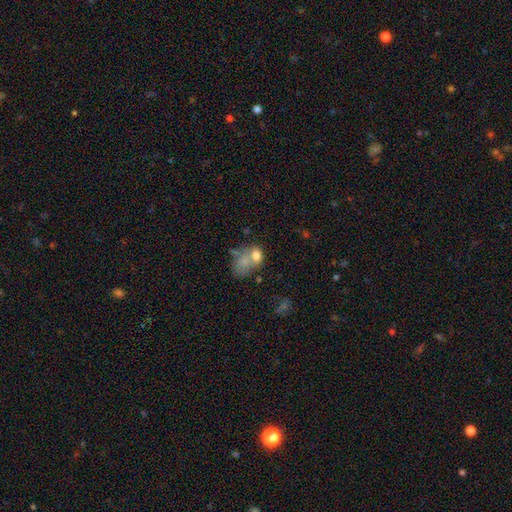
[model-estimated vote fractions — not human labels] Smooth or featured: smooth — 45% (star or artifact — 29%)
Merging: none — 42% (merger — 34%)